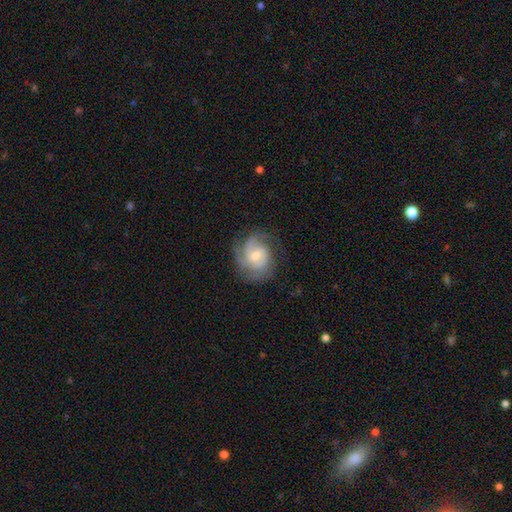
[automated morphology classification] Smooth or featured?
  - featured or disk: 79% *
  - smooth: 15%
  - star or artifact: 6%
Edge-on disk?
  - no: 98% *
  - yes: 2%
Bar?
  - no: 58% *
  - weak: 36%
  - strong: 6%
Spiral arms?
  - yes: 95% *
  - no: 5%
Spiral winding?
  - tight: 45% *
  - medium: 41%
  - loose: 13%
Spiral arm count?
  - 2: 33% *
  - 3: 30%
  - can't tell: 21%
  - 1: 7%
  - 4: 5%
  - more than 4: 4%
Bulge size?
  - moderate: 50% *
  - small: 45%
  - large: 3%
  - none: 1%
  - dominant: 1%
Merging?
  - none: 69% *
  - minor disturbance: 19%
  - major disturbance: 10%
  - merger: 1%